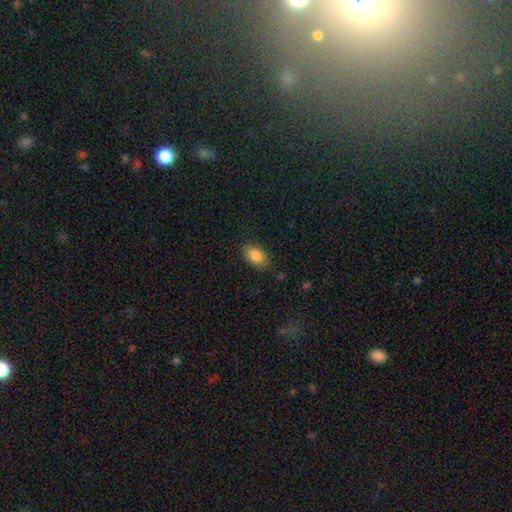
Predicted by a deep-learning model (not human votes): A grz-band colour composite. It shows a smooth galaxy with no disk features (86%) that is in between round and cigar-shaped (91%). Merging: none (85%).